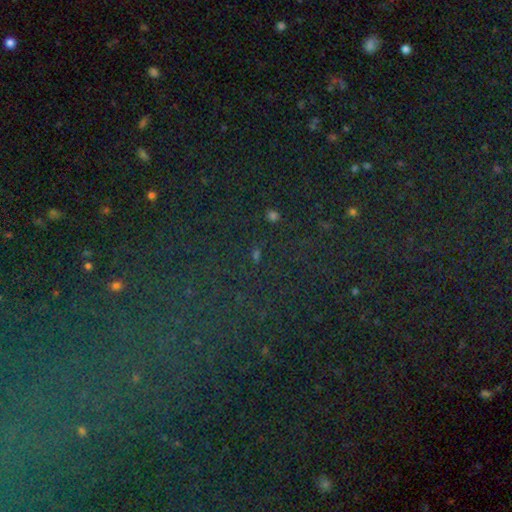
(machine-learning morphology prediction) This appears to be a star or artifact, not a galaxy (67%).